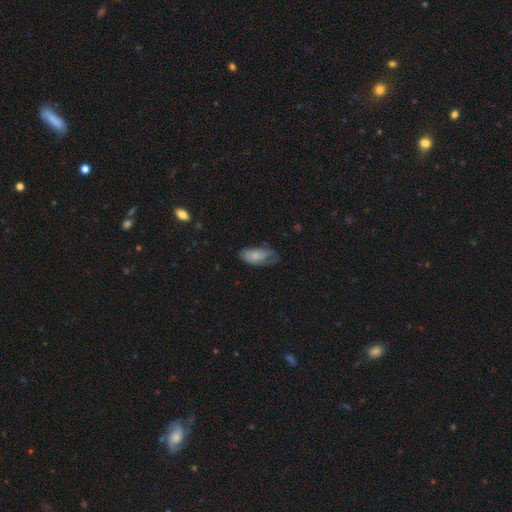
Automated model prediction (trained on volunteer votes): Smooth or featured? smooth (68%)
How rounded? in between (90%)
Merging? none (37%)